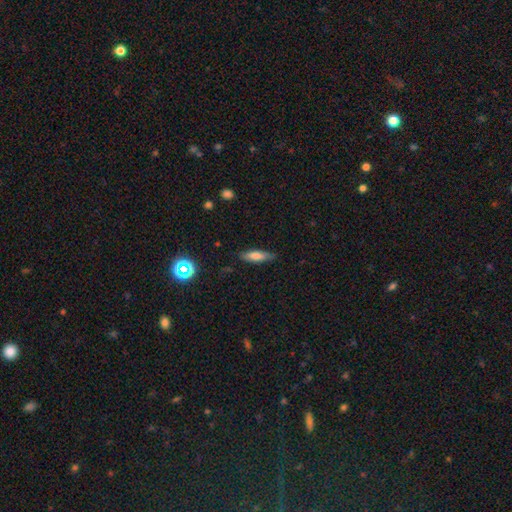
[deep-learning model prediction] smooth_or_featured: smooth (p=0.73) [alt: featured or disk p=0.19]
how_rounded: cigar-shaped (p=0.59) [alt: in between p=0.39]
merging: none (p=0.82) [alt: minor disturbance p=0.14]